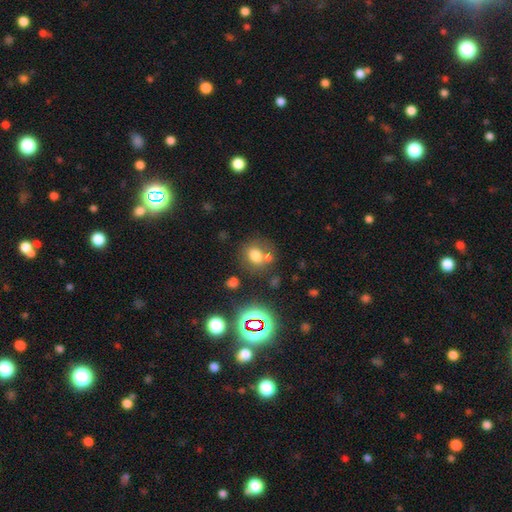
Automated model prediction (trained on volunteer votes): Smooth or featured: smooth — 70% (star or artifact — 18%)
How rounded: round — 63% (in between — 36%)
Merging: none — 57% (merger — 24%)